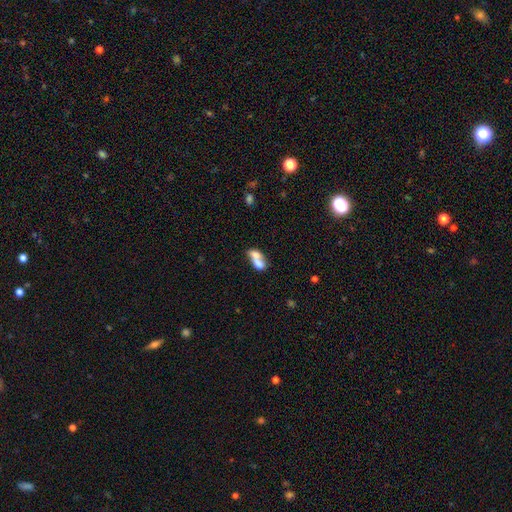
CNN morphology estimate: Overall: smooth (66%). How rounded: in between (73%). Merging: merger (73%).